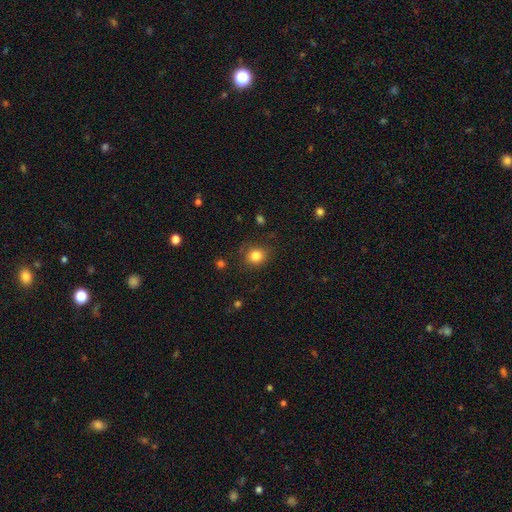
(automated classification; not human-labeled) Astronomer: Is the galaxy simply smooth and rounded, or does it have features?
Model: smooth — 82%.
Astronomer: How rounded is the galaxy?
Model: round — 79%.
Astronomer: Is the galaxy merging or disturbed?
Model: none — 82%.